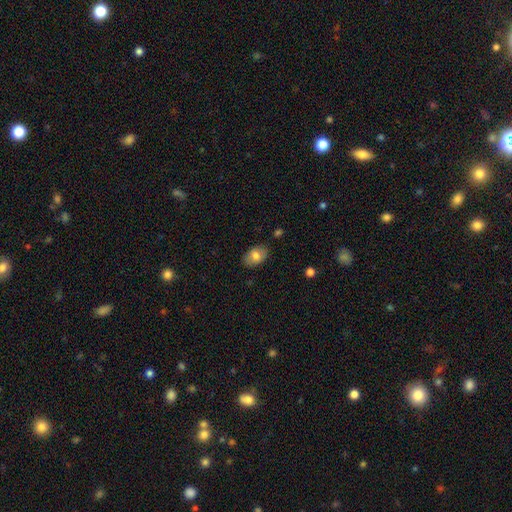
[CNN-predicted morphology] The model was most divided on "smooth or featured": smooth: 76%, featured or disk: 17%, star or artifact: 7%. More confident: how rounded — in between (87%); merging — none (84%).